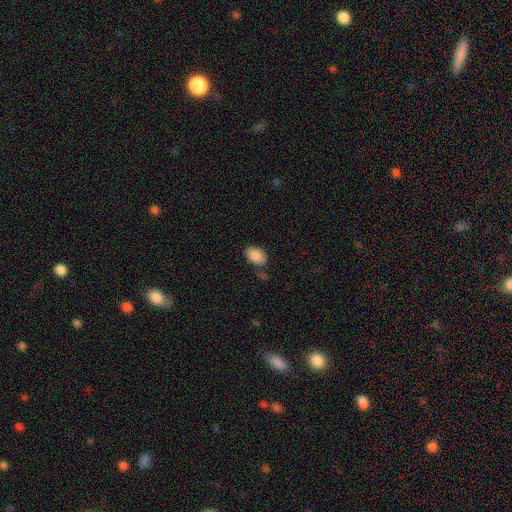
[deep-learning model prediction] Smooth or featured: smooth — 88% (star or artifact — 7%)
How rounded: in between — 88% (round — 11%)
Merging: none — 74% (minor disturbance — 16%)